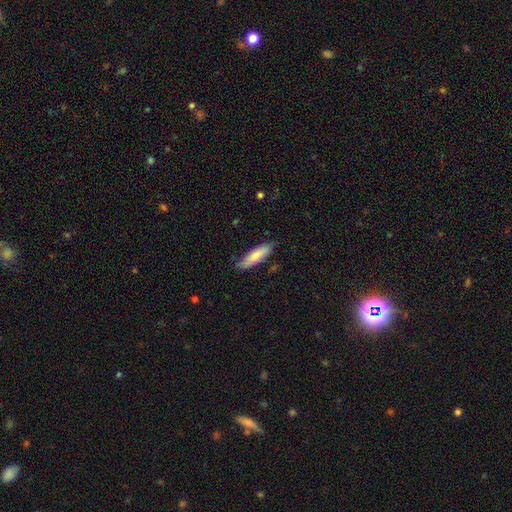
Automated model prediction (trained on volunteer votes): Smooth or featured: smooth — 75% (featured or disk — 19%)
How rounded: cigar-shaped — 60% (in between — 39%)
Merging: none — 76% (minor disturbance — 19%)